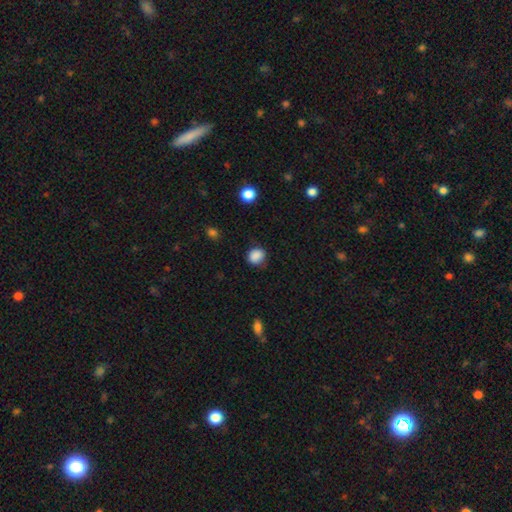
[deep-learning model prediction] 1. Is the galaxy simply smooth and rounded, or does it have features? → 88% smooth, 9% star or artifact, 3% featured or disk.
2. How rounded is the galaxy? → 77% round, 22% in between, 1% cigar-shaped.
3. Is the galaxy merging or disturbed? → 82% none, 14% minor disturbance, 3% major disturbance, 1% merger.